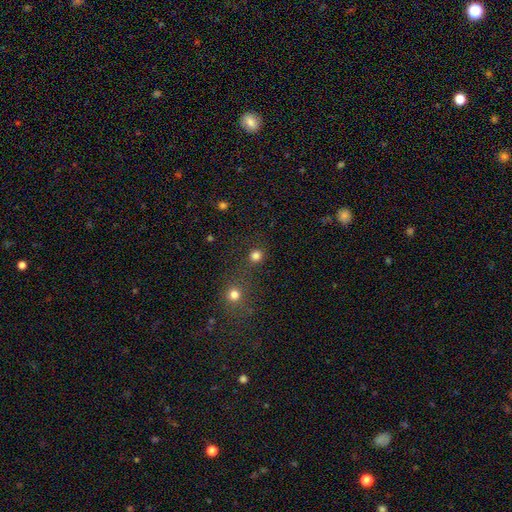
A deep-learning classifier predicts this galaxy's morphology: Q: Smooth or featured?
A: smooth (80%); runner-up: star or artifact (16%)
Q: How rounded?
A: round (91%); runner-up: in between (8%)
Q: Merging?
A: none (74%); runner-up: merger (14%)